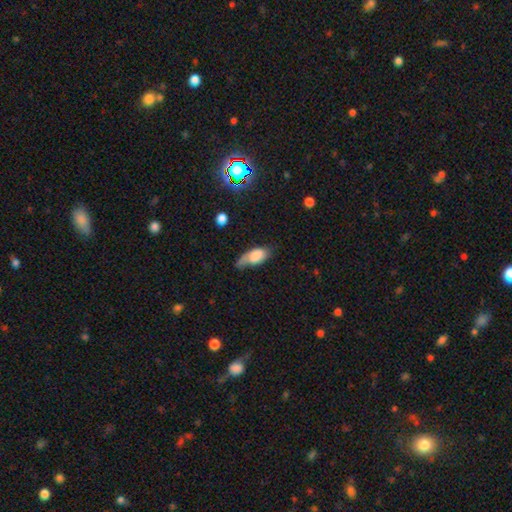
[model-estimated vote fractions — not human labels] Q: Smooth or featured?
A: smooth (72%); runner-up: featured or disk (21%)
Q: How rounded?
A: in between (88%); runner-up: cigar-shaped (9%)
Q: Merging?
A: minor disturbance (37%); runner-up: none (33%)